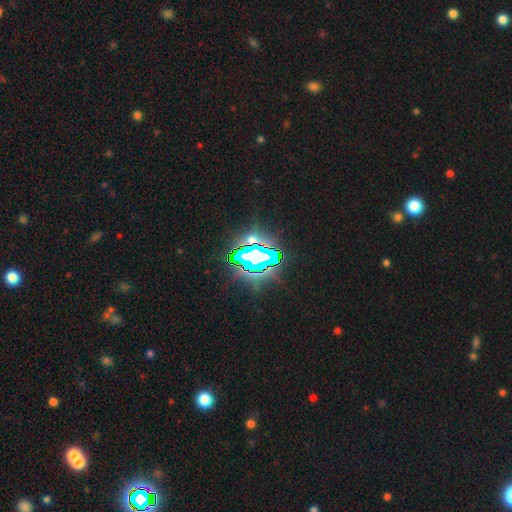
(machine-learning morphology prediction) The model was most divided on "smooth or featured": star or artifact: 80%, featured or disk: 10%, smooth: 10%.